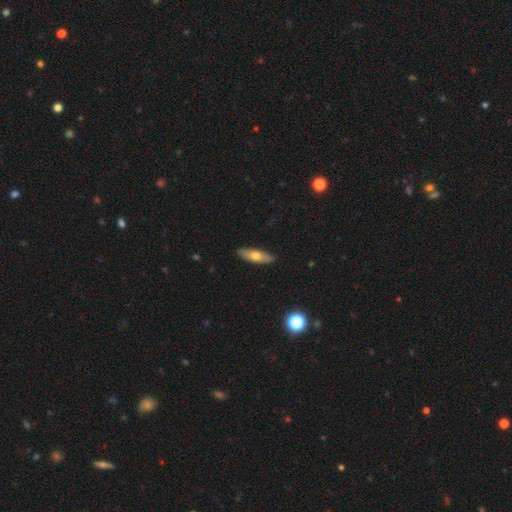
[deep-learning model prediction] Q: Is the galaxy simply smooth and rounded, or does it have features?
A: smooth — 64%.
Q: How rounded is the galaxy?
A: in between — 52%.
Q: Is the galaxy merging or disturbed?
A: none — 89%.